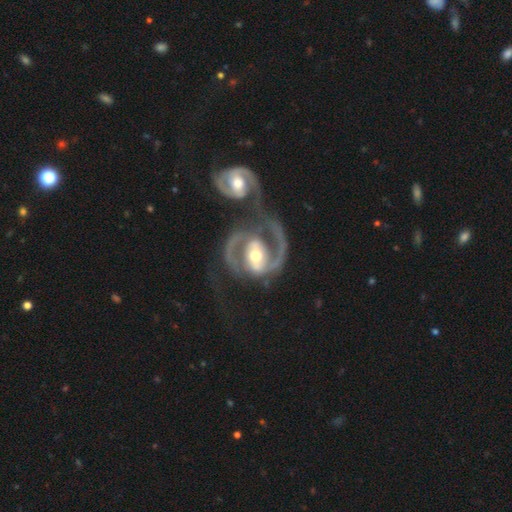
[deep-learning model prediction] smooth_or_featured: featured or disk (p=0.90) [alt: smooth p=0.05]
disk_edge_on: no (p=0.97) [alt: yes p=0.03]
bar: strong (p=0.39) [alt: weak p=0.36]
has_spiral_arms: yes (p=0.94) [alt: no p=0.06]
spiral_winding: medium (p=0.52) [alt: tight p=0.34]
spiral_arm_count: 2 (p=0.85) [alt: 1 p=0.05]
bulge_size: moderate (p=0.63) [alt: small p=0.26]
merging: merger (p=0.46) [alt: none p=0.32]